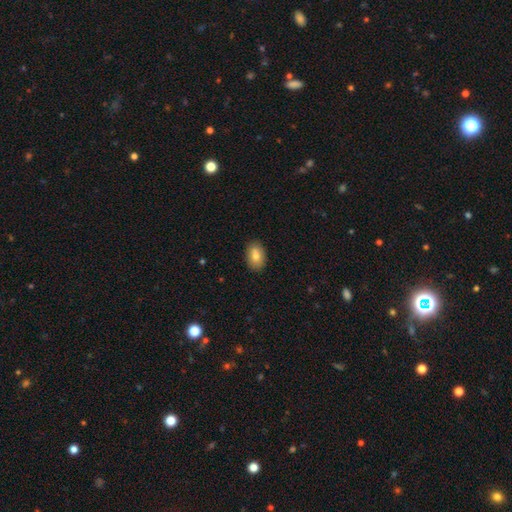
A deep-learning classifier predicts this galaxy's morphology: Smooth or featured: smooth — 81% (featured or disk — 12%)
How rounded: in between — 88% (round — 10%)
Merging: none — 87% (minor disturbance — 9%)